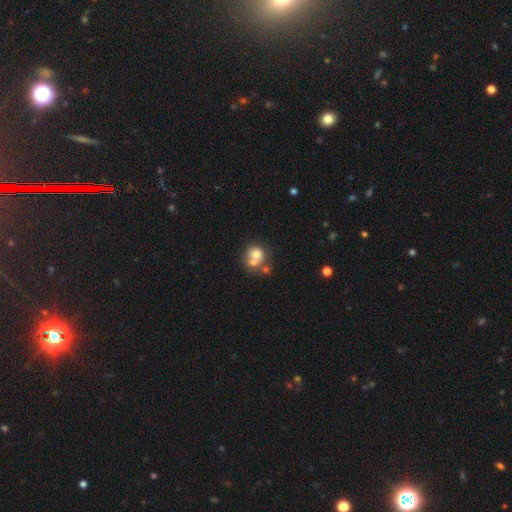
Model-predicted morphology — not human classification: Overall: smooth (68%). How rounded: round (73%). Merging: merger (52%; none 33%).